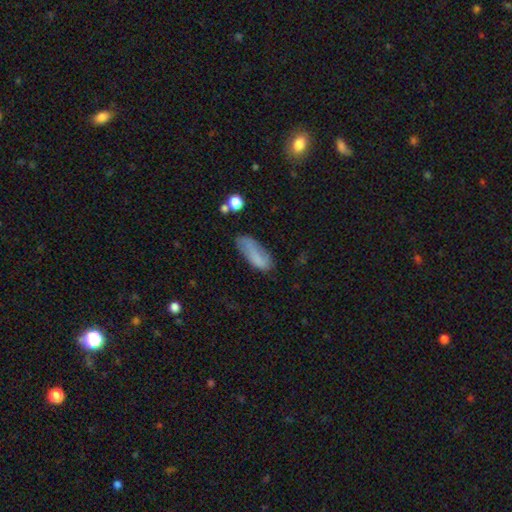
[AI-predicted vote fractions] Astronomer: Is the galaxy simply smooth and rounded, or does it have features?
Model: smooth — 76%.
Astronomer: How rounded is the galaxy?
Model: in between — 68%.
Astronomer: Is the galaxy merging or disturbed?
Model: none — 54% (runner-up: minor disturbance, 31%).